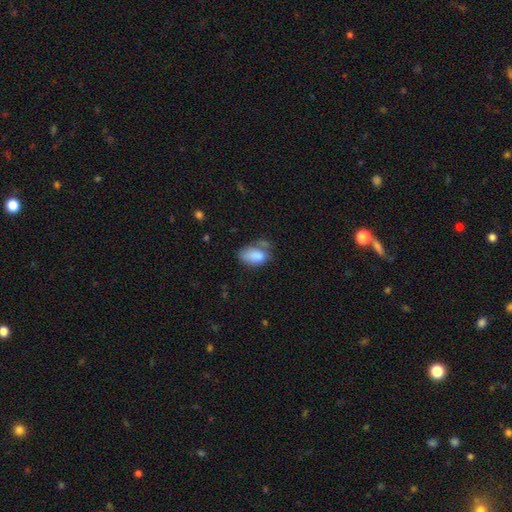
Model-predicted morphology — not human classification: smooth-or-featured: smooth: 81% | featured or disk: 11% | star or artifact: 8%
  how-rounded: in between: 91% | round: 7% | cigar-shaped: 2%
  merging: none: 40% | minor disturbance: 29% | major disturbance: 16% | merger: 15%